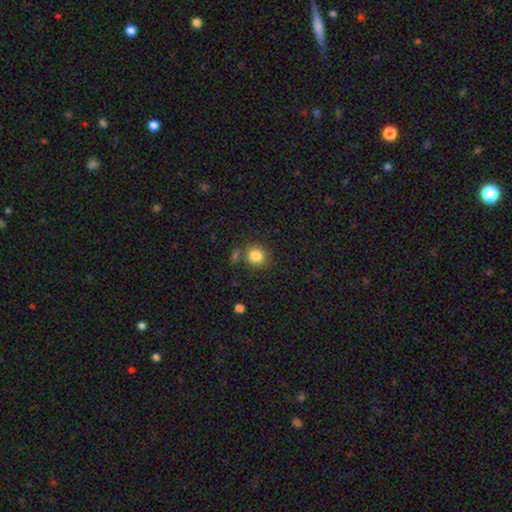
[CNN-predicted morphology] Overall: smooth (84%). How rounded: round (86%). Merging: none (75%).